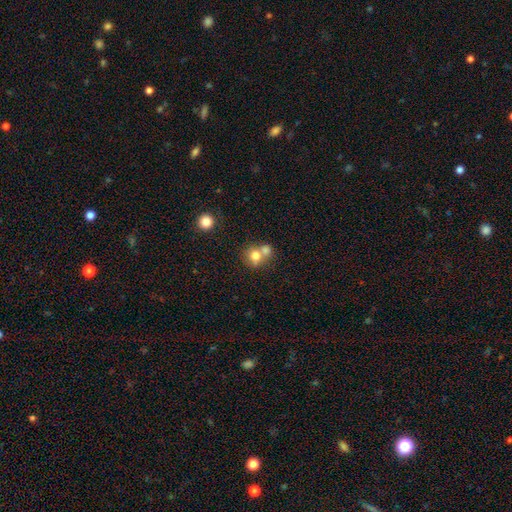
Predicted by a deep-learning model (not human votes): smooth-or-featured: smooth: 74% | featured or disk: 15% | star or artifact: 11%
  how-rounded: round: 79% | in between: 20% | cigar-shaped: 1%
  merging: merger: 54% | none: 36% | minor disturbance: 7% | major disturbance: 3%